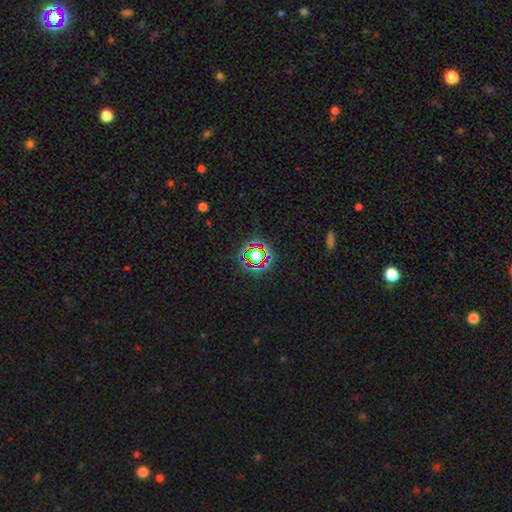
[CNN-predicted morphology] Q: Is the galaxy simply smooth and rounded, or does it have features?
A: star or artifact — 67%.